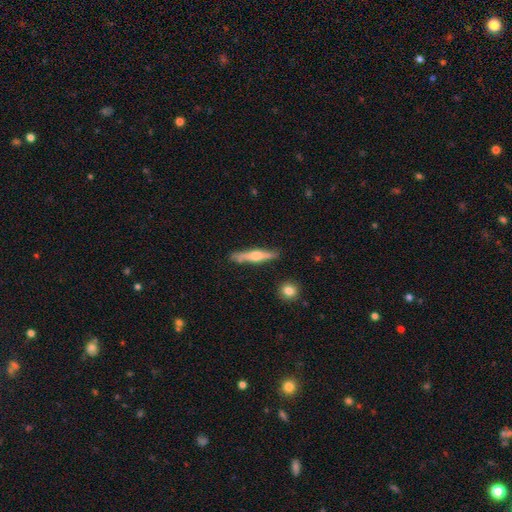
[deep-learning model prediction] smooth_or_featured: featured or disk (p=0.57) [alt: smooth p=0.38]
disk_edge_on: yes (p=0.95) [alt: no p=0.05]
edge_on_bulge: rounded (p=0.84) [alt: boxy p=0.10]
merging: none (p=0.81) [alt: minor disturbance p=0.13]